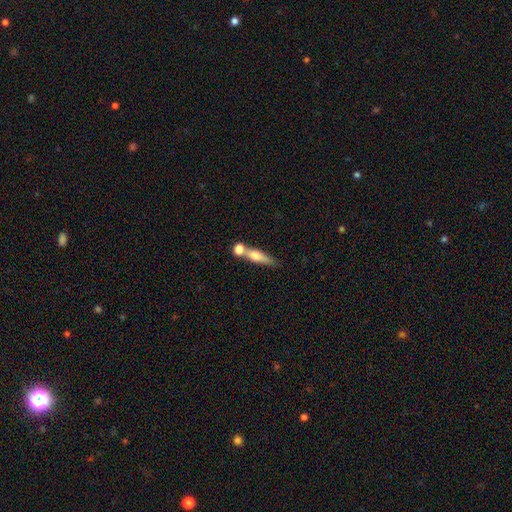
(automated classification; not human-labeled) Smooth or featured: smooth — 61% (featured or disk — 31%)
How rounded: cigar-shaped — 56% (in between — 35%)
Merging: merger — 51% (none — 34%)